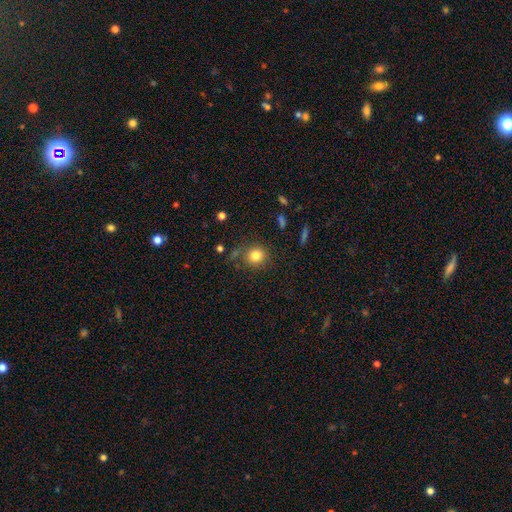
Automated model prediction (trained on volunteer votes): smooth_or_featured: smooth (p=0.82) [alt: star or artifact p=0.12]
how_rounded: round (p=0.85) [alt: in between p=0.14]
merging: none (p=0.79) [alt: minor disturbance p=0.12]